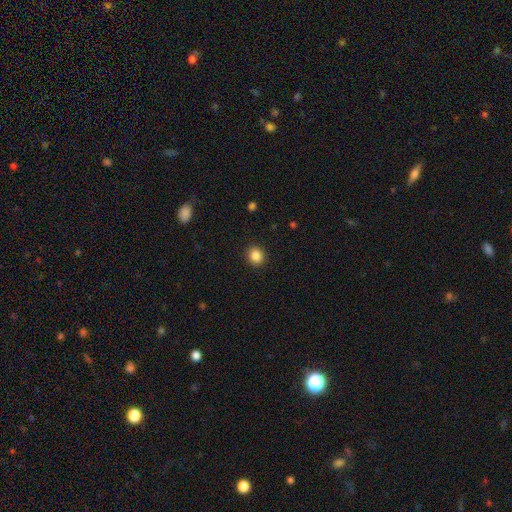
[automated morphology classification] Smooth or featured? smooth (86%)
How rounded? round (85%)
Merging? none (92%)